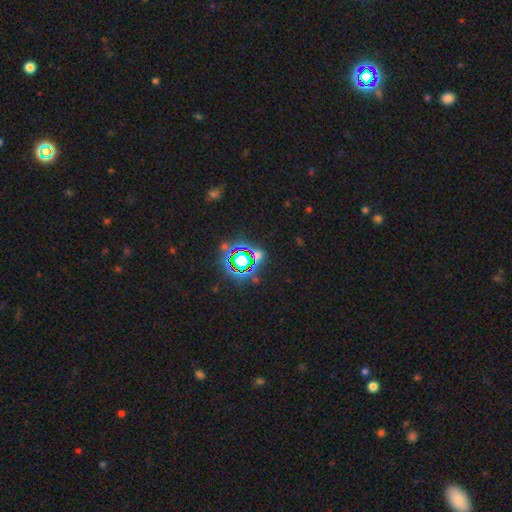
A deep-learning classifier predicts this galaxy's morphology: Smooth or featured: star or artifact — 71% (smooth — 19%)